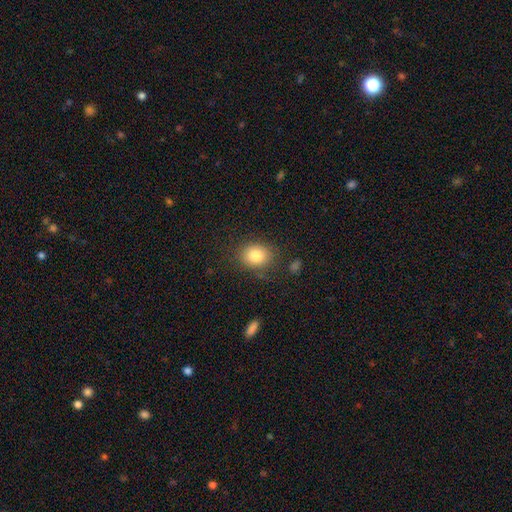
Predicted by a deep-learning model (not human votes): Q: Smooth or featured?
A: smooth (82%); runner-up: star or artifact (10%)
Q: How rounded?
A: round (59%); runner-up: in between (40%)
Q: Merging?
A: none (81%); runner-up: minor disturbance (13%)